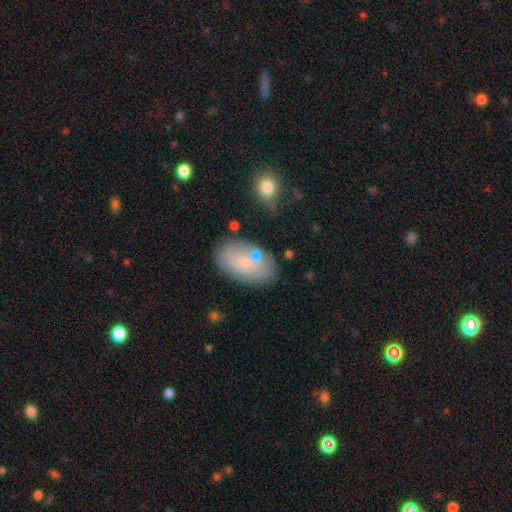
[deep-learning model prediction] A smooth galaxy with no disk features (59%) that is in between round and cigar-shaped (91%).

Vote fractions:
- Smooth or featured? smooth: 59% / featured or disk: 33% / star or artifact: 8%
- How rounded? in between: 91% / round: 8% / cigar-shaped: 1%
- Merging? none: 57% / minor disturbance: 20% / merger: 15% / major disturbance: 7%